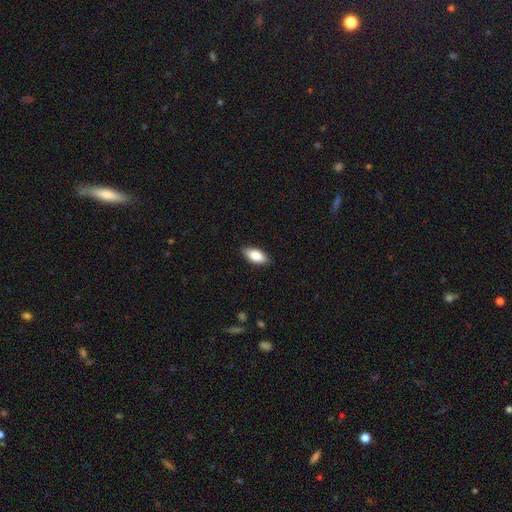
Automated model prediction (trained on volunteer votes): Smooth or featured: smooth — 80% (featured or disk — 13%)
How rounded: in between — 87% (cigar-shaped — 10%)
Merging: none — 88% (minor disturbance — 9%)